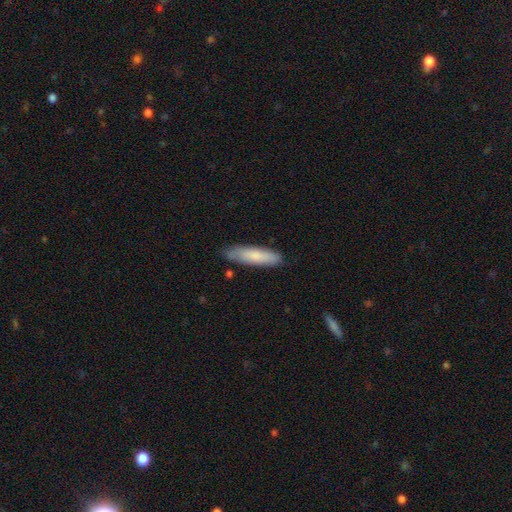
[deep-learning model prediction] This is likely a smooth galaxy (77%). How rounded: likely cigar-shaped (73%). Merging: likely none (79%).